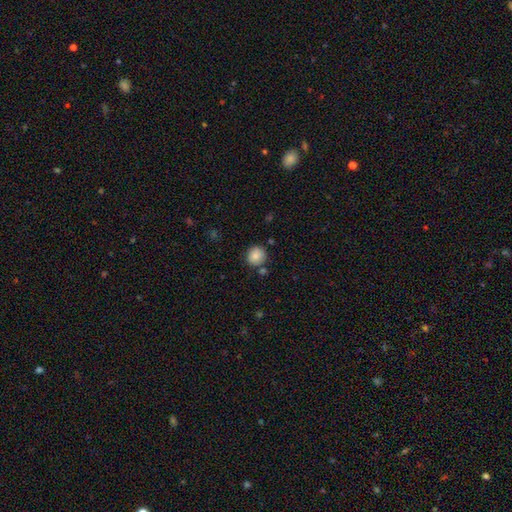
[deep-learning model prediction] Q: Smooth or featured?
A: smooth (83%); runner-up: star or artifact (9%)
Q: How rounded?
A: round (91%); runner-up: in between (8%)
Q: Merging?
A: none (79%); runner-up: minor disturbance (11%)